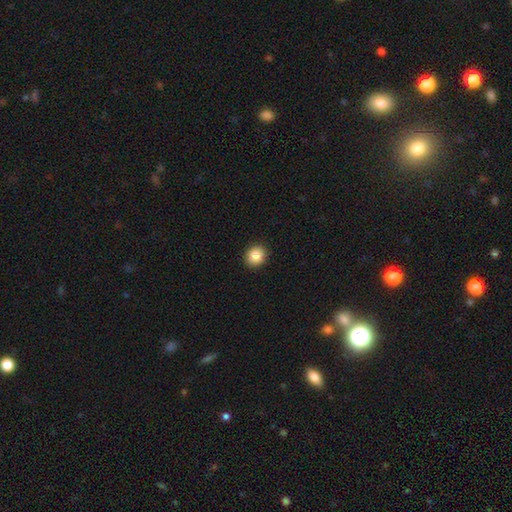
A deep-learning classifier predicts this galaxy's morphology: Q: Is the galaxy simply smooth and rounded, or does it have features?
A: smooth — 85%.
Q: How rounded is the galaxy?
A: round — 76%.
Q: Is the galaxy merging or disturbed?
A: none — 92%.